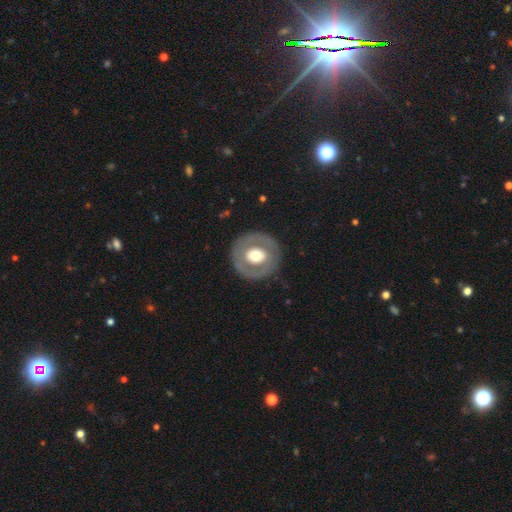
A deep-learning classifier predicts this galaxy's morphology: type=featured or disk (51%); edge-on=no (95%); merging=none (85%).